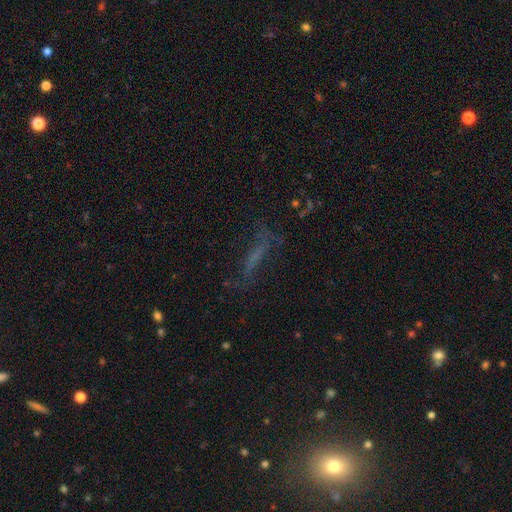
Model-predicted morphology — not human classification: smooth-or-featured: featured or disk: 38% | smooth: 36% | star or artifact: 26%
  merging: none: 61% | minor disturbance: 19% | major disturbance: 17% | merger: 3%